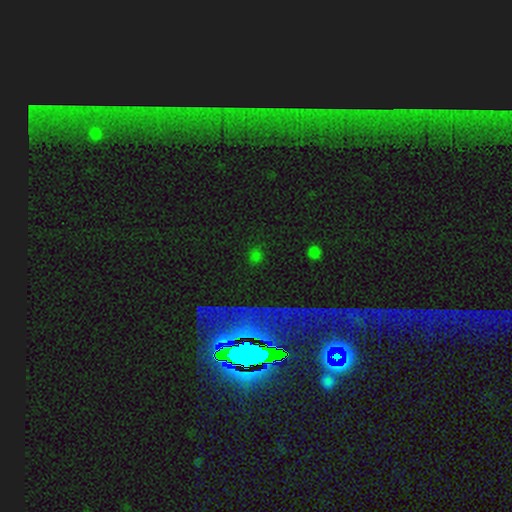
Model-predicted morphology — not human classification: Smooth or featured: star or artifact — 45% (smooth — 44%)